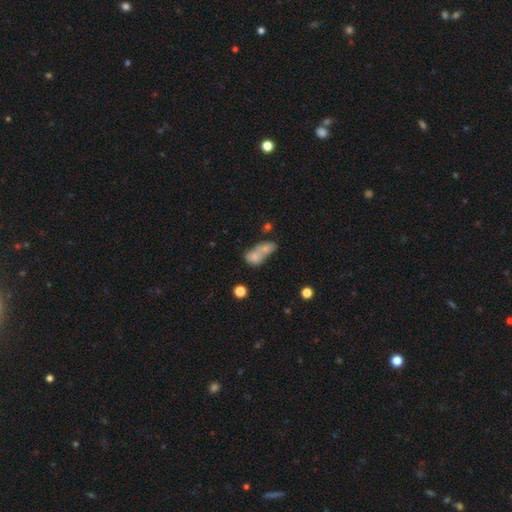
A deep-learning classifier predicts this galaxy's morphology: The model was most divided on "how rounded": in between: 65%, round: 29%, cigar-shaped: 6%. More confident: smooth or featured — smooth (70%); merging — merger (68%).